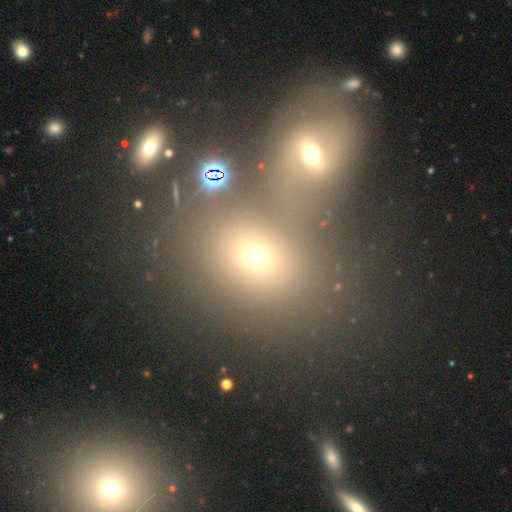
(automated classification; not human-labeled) smooth_or_featured: smooth (p=0.65) [alt: star or artifact p=0.21]
how_rounded: in between (p=0.54) [alt: round p=0.44]
merging: none (p=0.49) [alt: merger p=0.37]